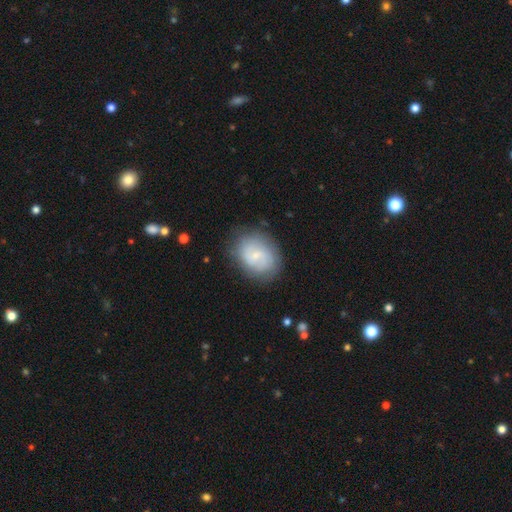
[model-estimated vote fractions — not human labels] smooth-or-featured: featured or disk: 54% | smooth: 39% | star or artifact: 7%
  disk-edge-on: no: 97% | yes: 3%
    bar: no: 51% | weak: 43% | strong: 6%
    has-spiral-arms: yes: 81% | no: 19%
    bulge-size: small: 75% | moderate: 18% | none: 5% | large: 1% | dominant: 1%
  merging: none: 78% | minor disturbance: 15% | major disturbance: 5% | merger: 1%